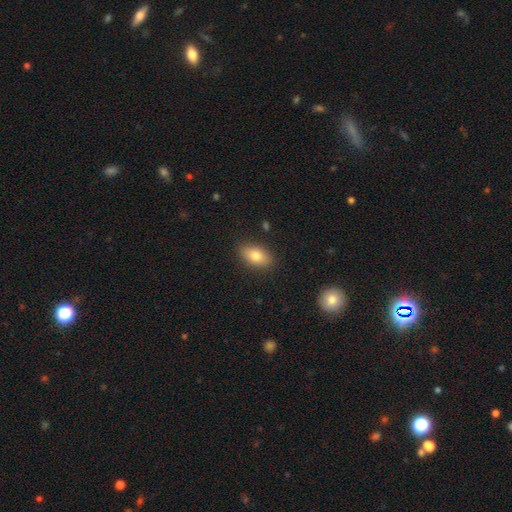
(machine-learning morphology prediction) smooth-or-featured: smooth: 79% | featured or disk: 13% | star or artifact: 8%
  how-rounded: in between: 89% | round: 9% | cigar-shaped: 3%
  merging: none: 87% | minor disturbance: 9% | major disturbance: 2% | merger: 1%